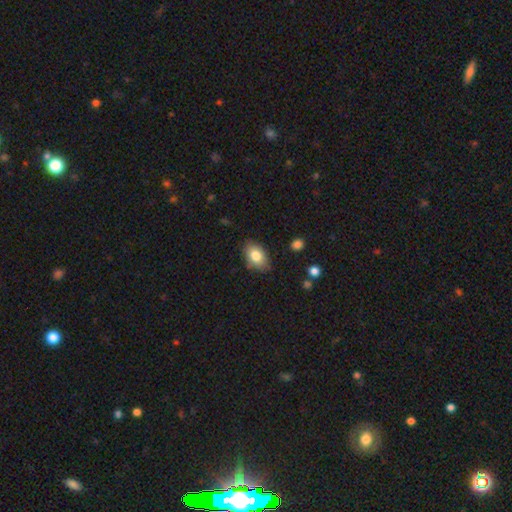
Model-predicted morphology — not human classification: Smooth or featured? smooth (81%)
How rounded? in between (88%)
Merging? none (81%)